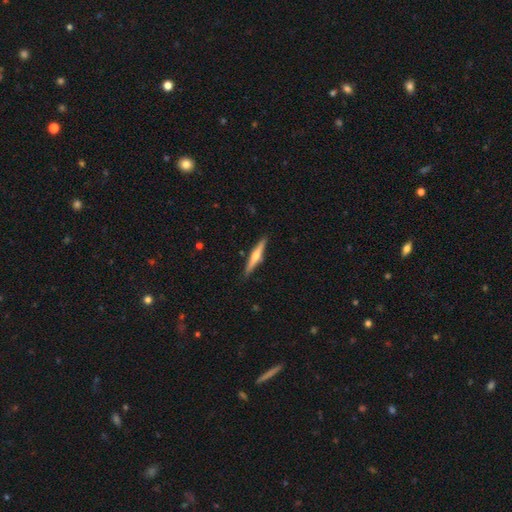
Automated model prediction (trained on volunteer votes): The model was most divided on "smooth or featured": featured or disk: 67%, smooth: 28%, star or artifact: 5%. More confident: edge-on disk — yes (97%); edge-on bulge — rounded (92%); merging — none (90%).